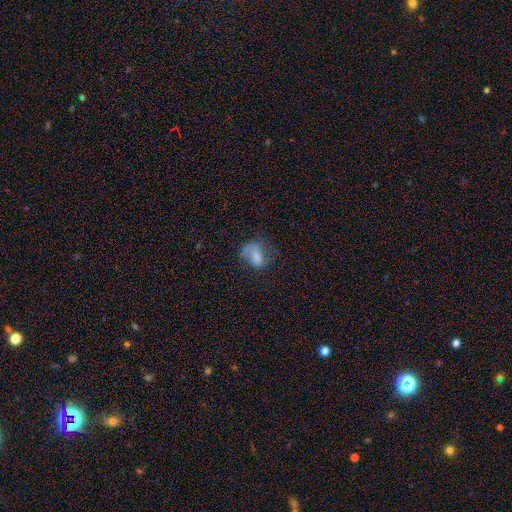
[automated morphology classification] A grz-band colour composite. It shows a smooth galaxy with no disk features (62%) that is in between round and cigar-shaped (77%). Merging: major disturbance (35%).